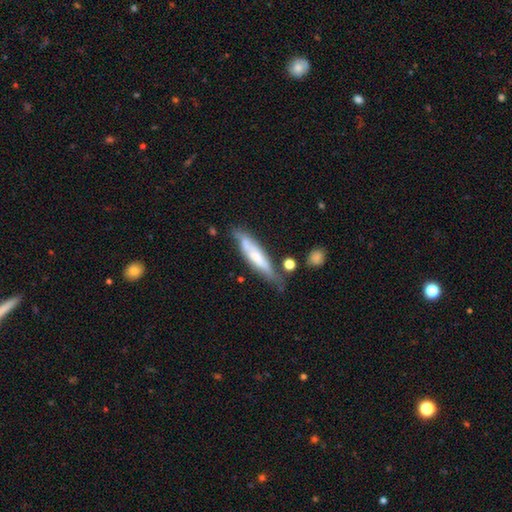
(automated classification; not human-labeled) A featured or disk galaxy (47%).

Vote fractions:
- Smooth or featured? featured or disk: 47% / smooth: 46% / star or artifact: 7%
- Merging? none: 56% / minor disturbance: 27% / major disturbance: 9% / merger: 8%